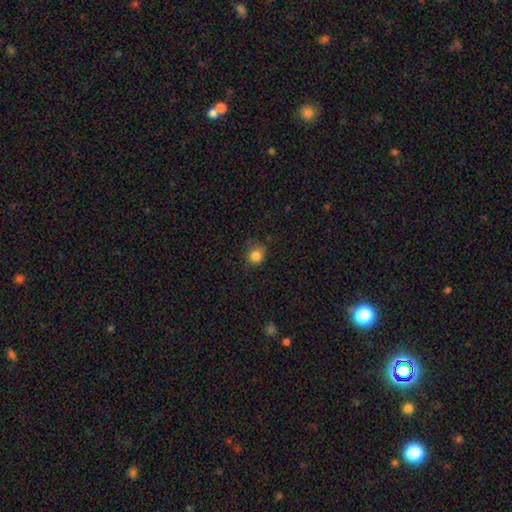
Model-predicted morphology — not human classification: Q: Smooth or featured?
A: smooth (83%); runner-up: star or artifact (11%)
Q: How rounded?
A: round (84%); runner-up: in between (15%)
Q: Merging?
A: none (69%); runner-up: minor disturbance (22%)